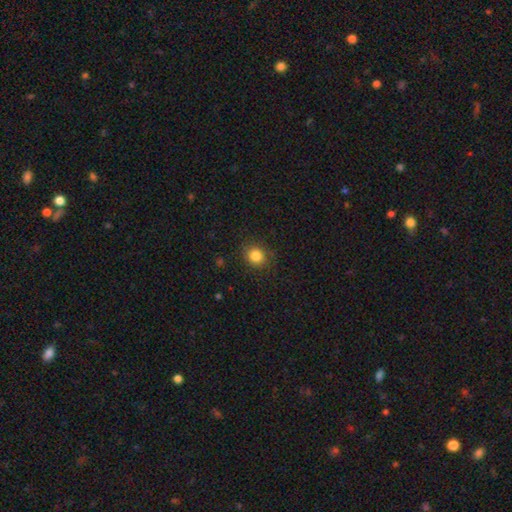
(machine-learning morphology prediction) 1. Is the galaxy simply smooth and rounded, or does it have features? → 84% smooth, 11% star or artifact, 5% featured or disk.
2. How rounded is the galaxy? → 81% round, 18% in between, 1% cigar-shaped.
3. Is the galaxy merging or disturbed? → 86% none, 10% minor disturbance, 3% major disturbance, 1% merger.